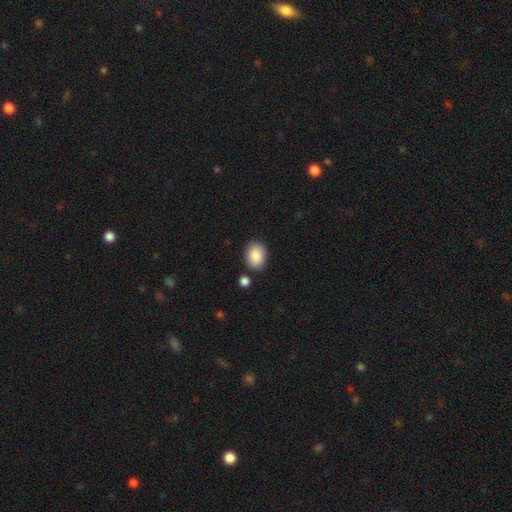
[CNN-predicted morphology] smooth-or-featured: smooth: 89% | star or artifact: 7% | featured or disk: 5%
  how-rounded: in between: 73% | round: 26% | cigar-shaped: 1%
  merging: none: 82% | minor disturbance: 10% | merger: 5% | major disturbance: 3%